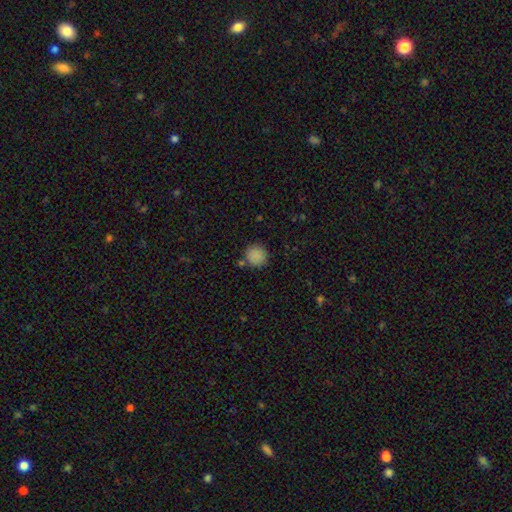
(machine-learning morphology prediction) A smooth galaxy with no disk features (87%) that is round (92%).

Vote fractions:
- Smooth or featured? smooth: 87% / star or artifact: 9% / featured or disk: 4%
- How rounded? round: 92% / in between: 7% / cigar-shaped: 1%
- Merging? none: 80% / minor disturbance: 10% / merger: 7% / major disturbance: 3%